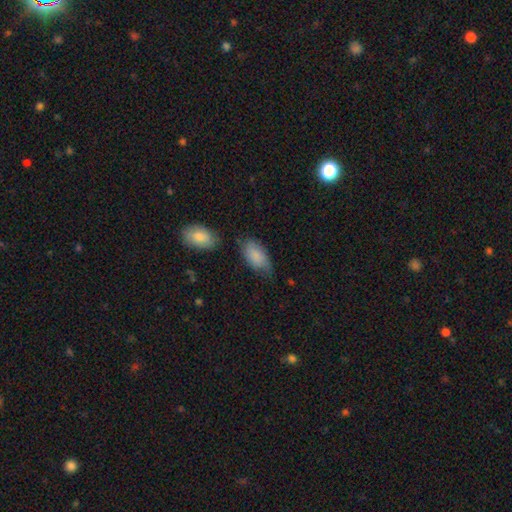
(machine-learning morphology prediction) Q: Smooth or featured?
A: smooth (84%); runner-up: featured or disk (10%)
Q: How rounded?
A: in between (93%); runner-up: cigar-shaped (3%)
Q: Merging?
A: none (54%); runner-up: minor disturbance (31%)